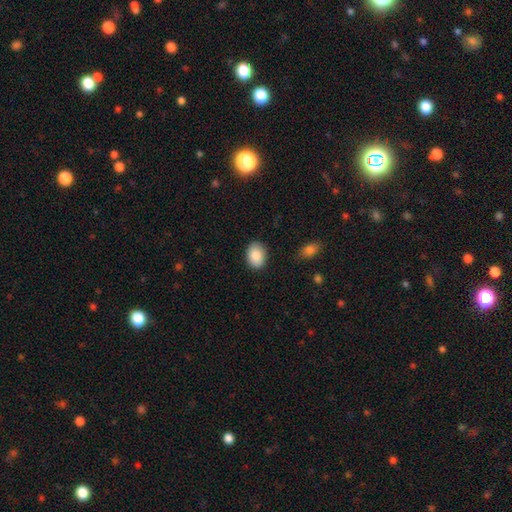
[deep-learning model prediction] smooth 88%, star or artifact 7%, featured or disk 5%. Down the decision tree: how rounded — in between (75%); merging — none (86%).